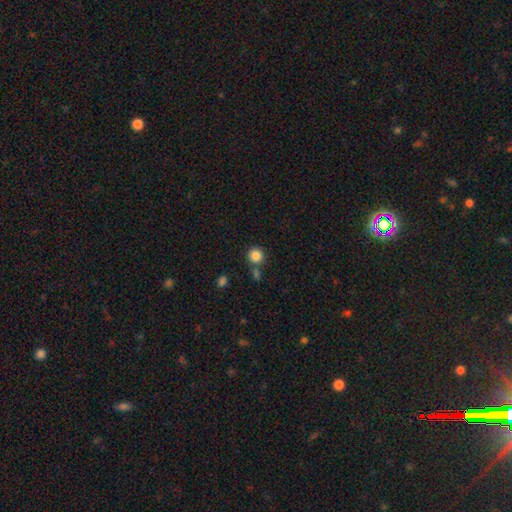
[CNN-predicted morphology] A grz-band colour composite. It shows a smooth galaxy with no disk features (86%) that is round (92%). Merging: none (73%).